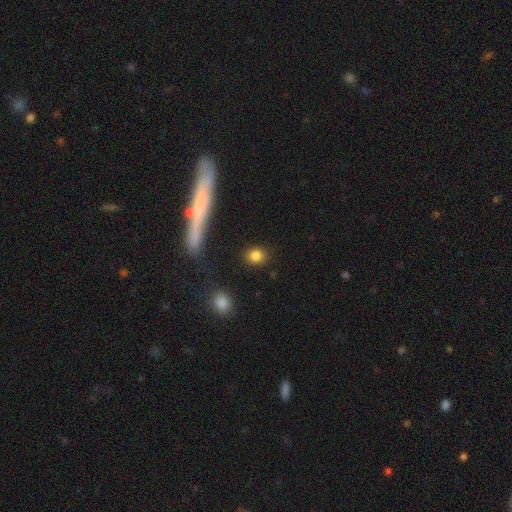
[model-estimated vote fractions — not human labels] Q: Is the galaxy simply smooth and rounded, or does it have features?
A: smooth — 84%.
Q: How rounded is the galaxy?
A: round — 73%.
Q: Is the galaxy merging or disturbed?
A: none — 89%.